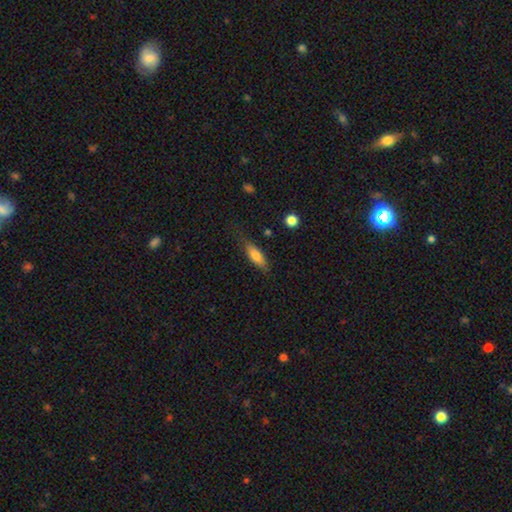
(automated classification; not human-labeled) Morphology: type=smooth (75%); roundness=in between (58%); merging=none (69%).